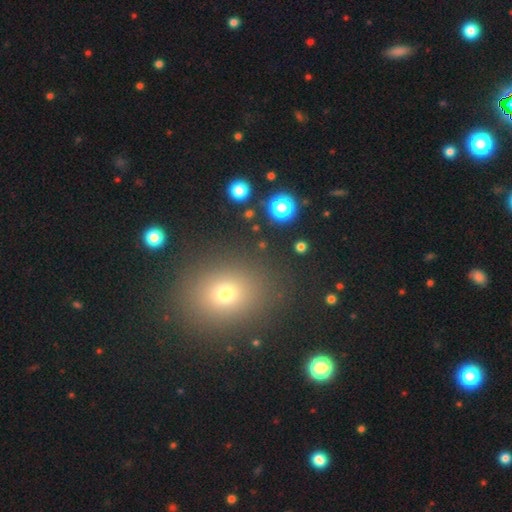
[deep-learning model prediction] smooth_or_featured: smooth (p=0.60) [alt: star or artifact p=0.32]
how_rounded: round (p=0.59) [alt: in between p=0.39]
merging: none (p=0.90) [alt: minor disturbance p=0.06]